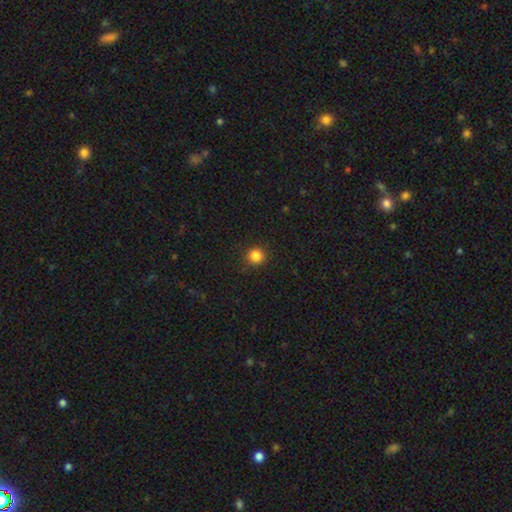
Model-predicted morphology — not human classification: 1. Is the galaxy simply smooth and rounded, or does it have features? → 85% smooth, 12% star or artifact, 3% featured or disk.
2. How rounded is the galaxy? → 94% round, 5% in between, 1% cigar-shaped.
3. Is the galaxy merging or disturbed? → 91% none, 6% minor disturbance, 2% major disturbance, 1% merger.